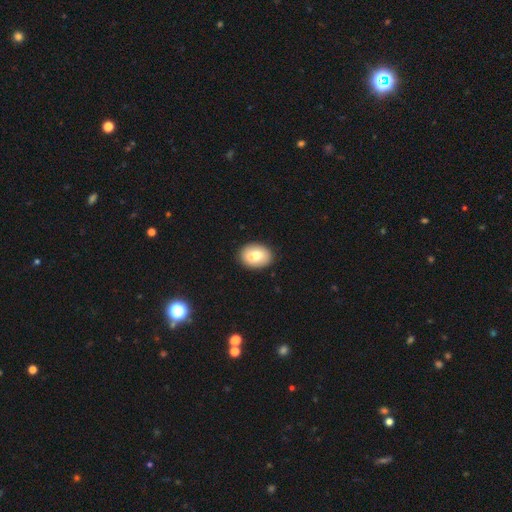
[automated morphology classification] This appears to be a smooth galaxy with no disk features (70%) that is in between round and cigar-shaped (73%). Merging: none (72%).